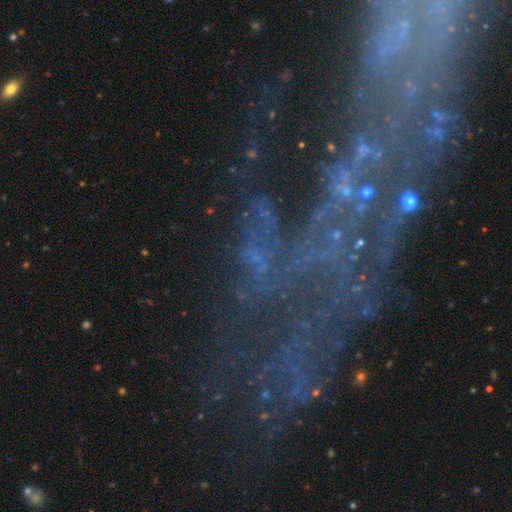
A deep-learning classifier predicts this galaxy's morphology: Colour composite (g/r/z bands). It shows a star or artifact, not a galaxy (44%, tied with featured or disk).